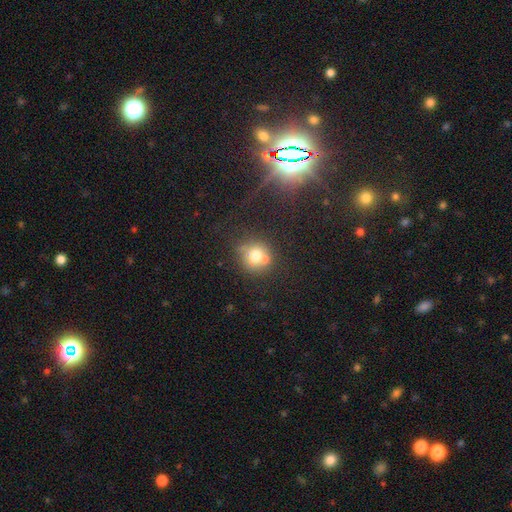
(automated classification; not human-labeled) Morphology: type=smooth (65%); roundness=round (88%); merging=none (53%).